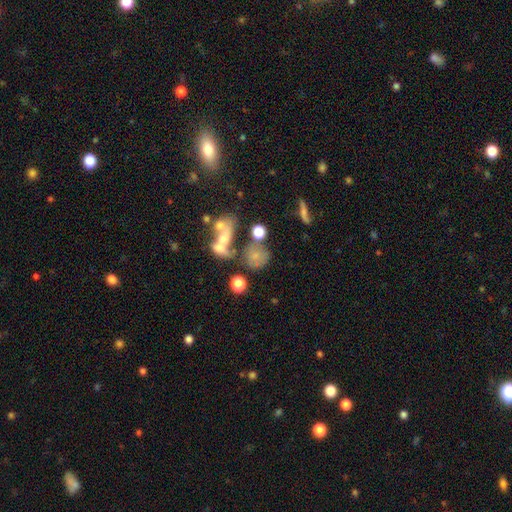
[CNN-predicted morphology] Smooth or featured?
  - smooth: 59% *
  - featured or disk: 24%
  - star or artifact: 17%
How rounded?
  - round: 65% *
  - in between: 32%
  - cigar-shaped: 3%
Merging?
  - merger: 39% *
  - none: 31%
  - major disturbance: 16%
  - minor disturbance: 14%